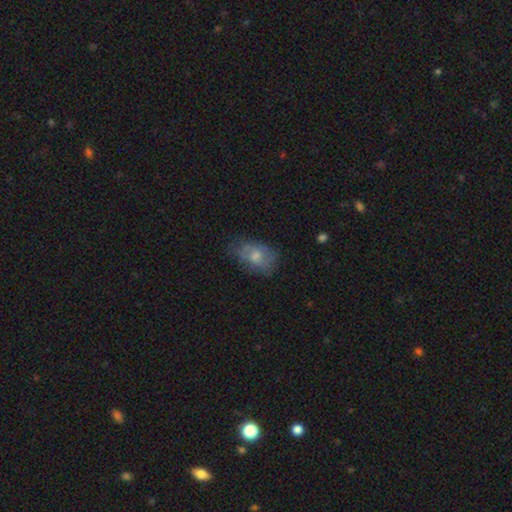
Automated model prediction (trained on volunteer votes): Smooth or featured? smooth (55%)
How rounded? in between (85%)
Merging? none (62%)